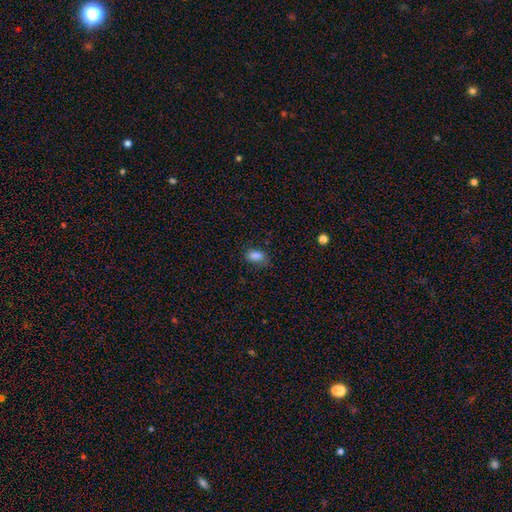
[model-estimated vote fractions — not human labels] A smooth galaxy with no disk features (83%) that is in between round and cigar-shaped (86%). Merging: none (69%).